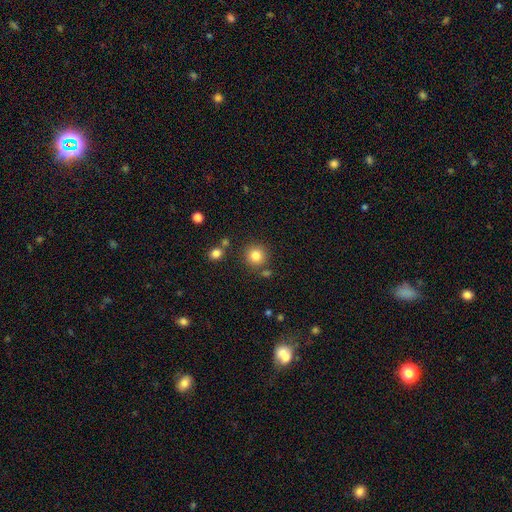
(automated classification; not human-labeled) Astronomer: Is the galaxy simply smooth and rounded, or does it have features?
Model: smooth — 83%.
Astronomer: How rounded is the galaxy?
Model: round — 93%.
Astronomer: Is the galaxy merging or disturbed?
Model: none — 81%.